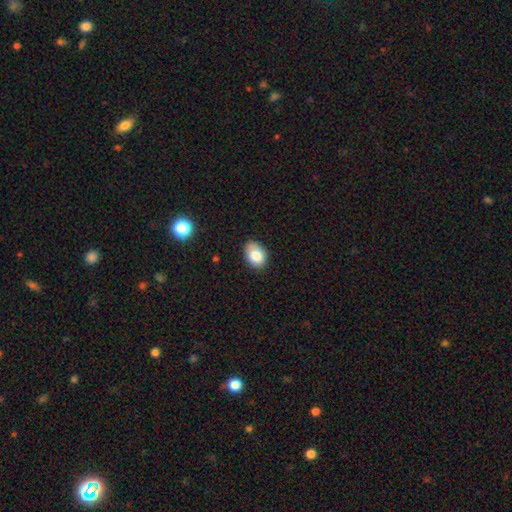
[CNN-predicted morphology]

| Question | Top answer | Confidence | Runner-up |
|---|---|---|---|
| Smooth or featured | smooth | 83% | star or artifact (9%) |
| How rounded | in between | 75% | round (24%) |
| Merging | none | 76% | minor disturbance (19%) |